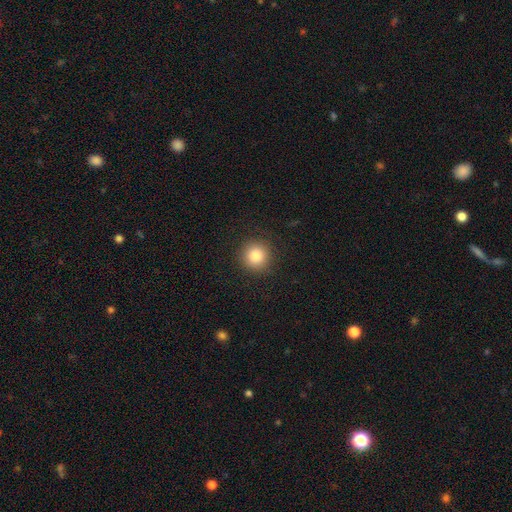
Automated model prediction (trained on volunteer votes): Smooth or featured?
  - smooth: 83% *
  - star or artifact: 11%
  - featured or disk: 6%
How rounded?
  - round: 93% *
  - in between: 6%
  - cigar-shaped: 1%
Merging?
  - none: 91% *
  - minor disturbance: 6%
  - major disturbance: 2%
  - merger: 1%